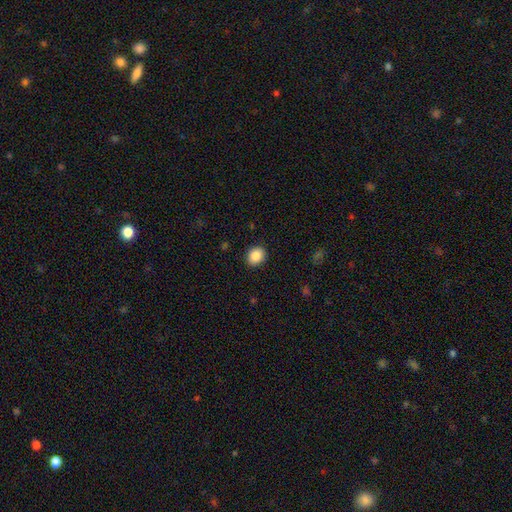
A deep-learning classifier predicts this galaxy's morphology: A smooth galaxy with no disk features (87%) that is round (62%). Merging: none (90%).